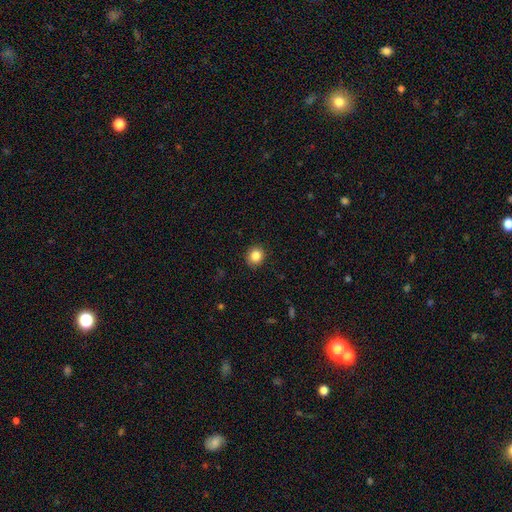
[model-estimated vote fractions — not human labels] Morphology: type=smooth (85%); roundness=round (81%); merging=none (90%).